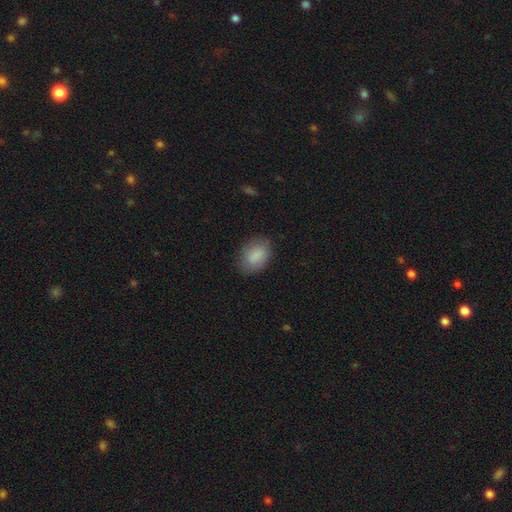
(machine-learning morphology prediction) Overall: smooth (86%). How rounded: in between (81%). Merging: none (78%).